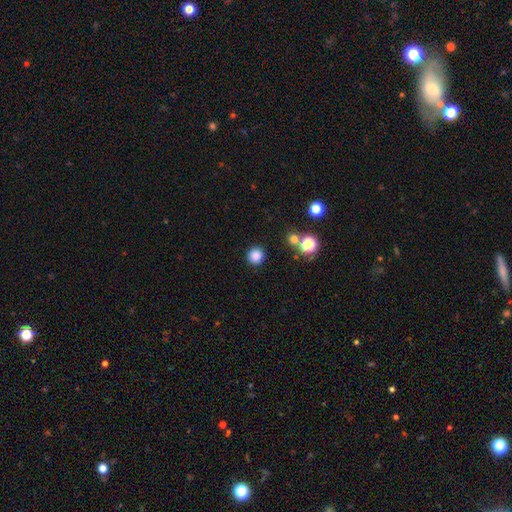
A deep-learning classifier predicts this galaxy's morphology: Q: Smooth or featured?
A: smooth (83%); runner-up: star or artifact (13%)
Q: How rounded?
A: round (95%); runner-up: in between (4%)
Q: Merging?
A: none (88%); runner-up: minor disturbance (6%)